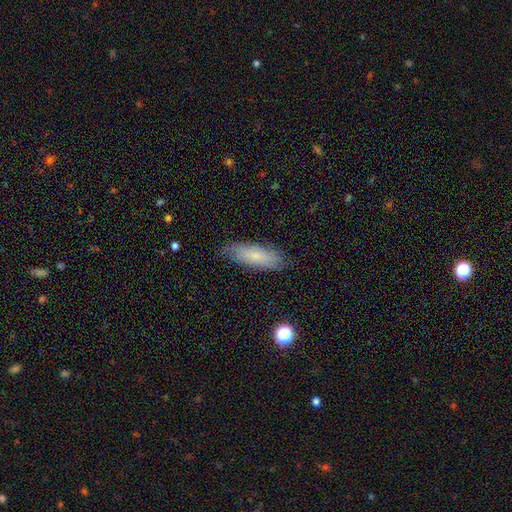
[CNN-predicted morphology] The model was most divided on "how rounded": in between: 58%, cigar-shaped: 40%, round: 2%. More confident: merging — none (76%); smooth or featured — smooth (66%).